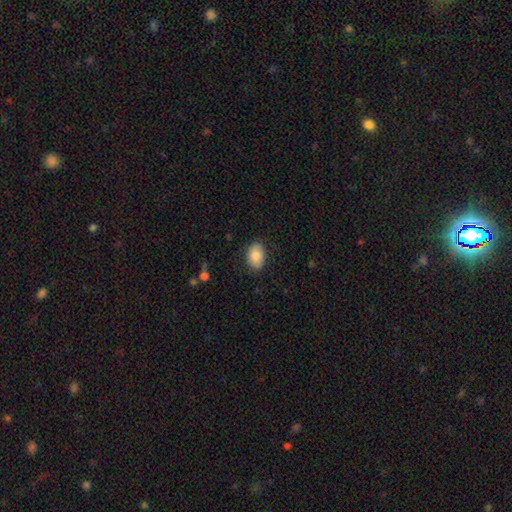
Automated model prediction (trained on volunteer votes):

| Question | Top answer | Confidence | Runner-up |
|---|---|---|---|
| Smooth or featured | smooth | 84% | featured or disk (9%) |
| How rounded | in between | 83% | round (16%) |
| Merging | none | 84% | minor disturbance (12%) |